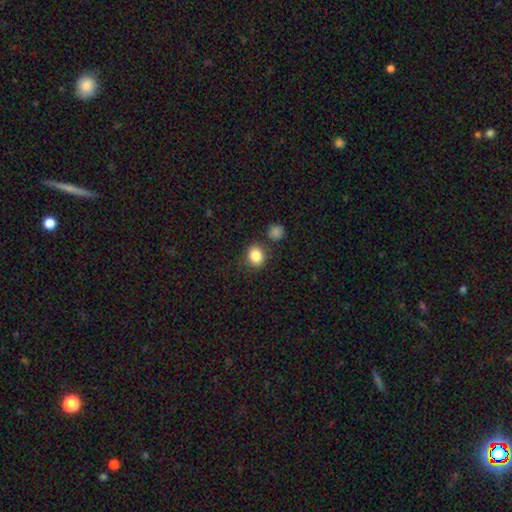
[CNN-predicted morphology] smooth 85%, star or artifact 10%, featured or disk 5%. Down the decision tree: how rounded — round (70%); merging — none (80%).